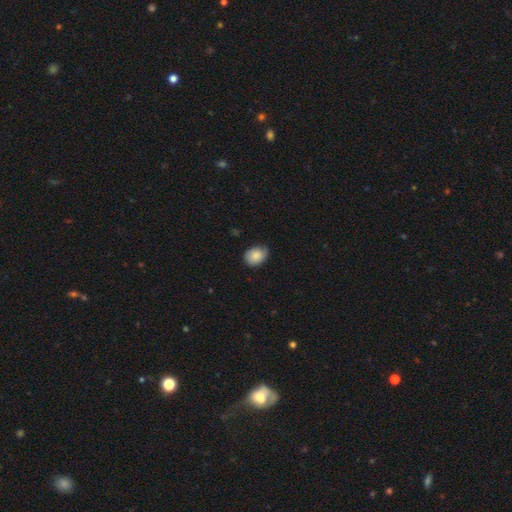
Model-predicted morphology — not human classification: Smooth or featured? Predicted: smooth (p=0.86). How rounded? Predicted: in between (p=0.67). Merging? Predicted: none (p=0.75).